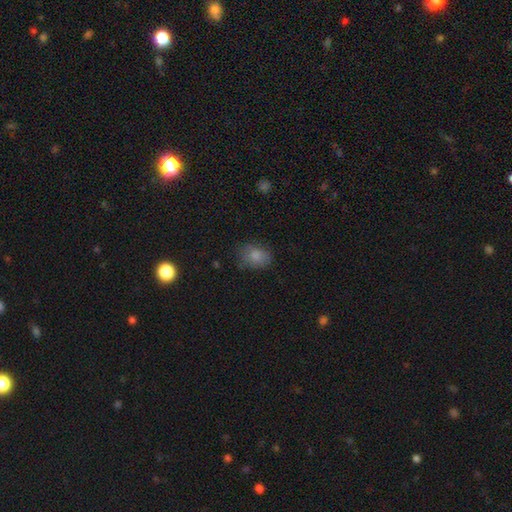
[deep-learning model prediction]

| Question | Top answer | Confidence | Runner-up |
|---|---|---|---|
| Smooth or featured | smooth | 83% | star or artifact (10%) |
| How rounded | in between | 69% | round (29%) |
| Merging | none | 68% | minor disturbance (23%) |